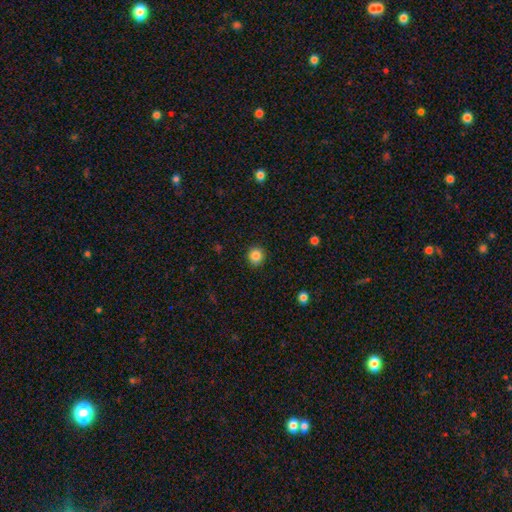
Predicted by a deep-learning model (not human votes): smooth-or-featured: smooth: 85% | star or artifact: 11% | featured or disk: 4%
  how-rounded: round: 92% | in between: 7% | cigar-shaped: 1%
  merging: none: 91% | minor disturbance: 6% | major disturbance: 2% | merger: 1%